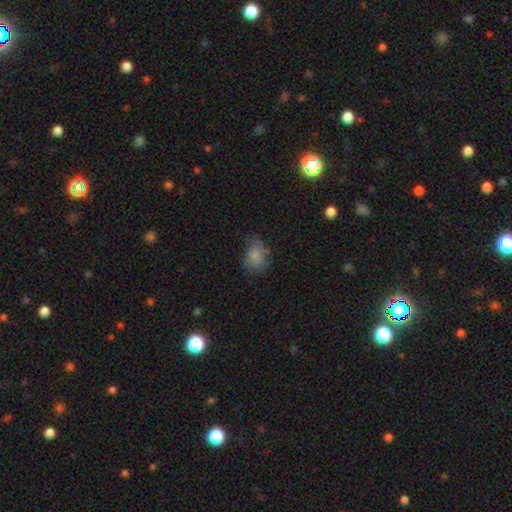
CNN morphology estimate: Smooth or featured: smooth — 77% (featured or disk — 14%)
How rounded: in between — 64% (round — 35%)
Merging: none — 56% (minor disturbance — 30%)